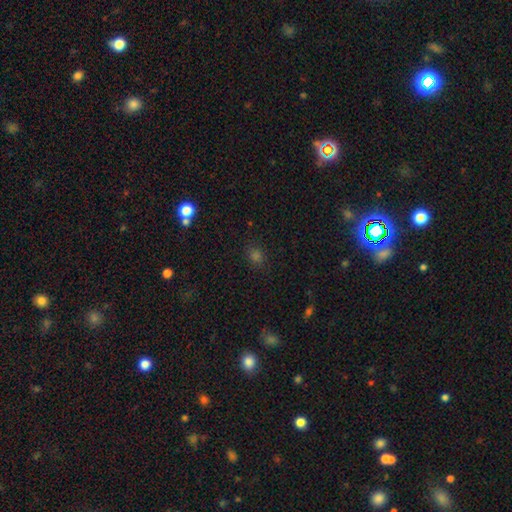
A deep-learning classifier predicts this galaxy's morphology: smooth-or-featured: smooth: 64% | star or artifact: 30% | featured or disk: 5%
  how-rounded: round: 66% | in between: 33% | cigar-shaped: 2%
  merging: none: 84% | minor disturbance: 10% | major disturbance: 4% | merger: 2%